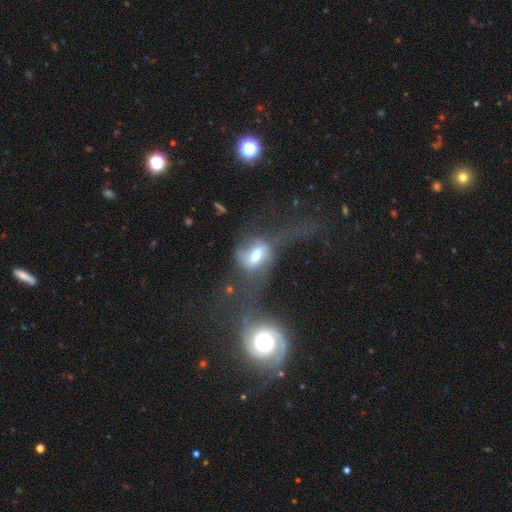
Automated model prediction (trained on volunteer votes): smooth 45%, featured or disk 43%, star or artifact 12%. Down the decision tree: merging — major disturbance (45%).